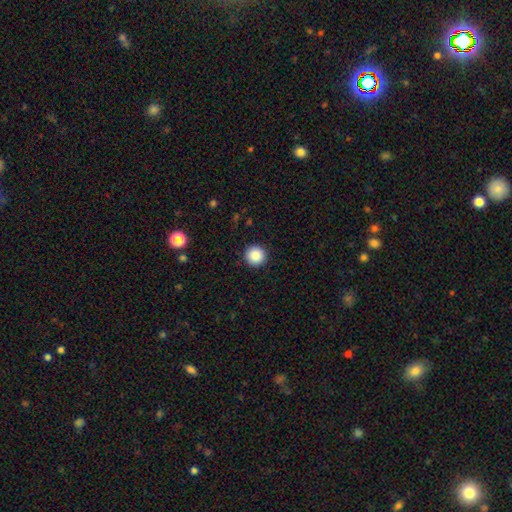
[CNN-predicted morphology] type=smooth (88%); roundness=round (96%); merging=none (92%).